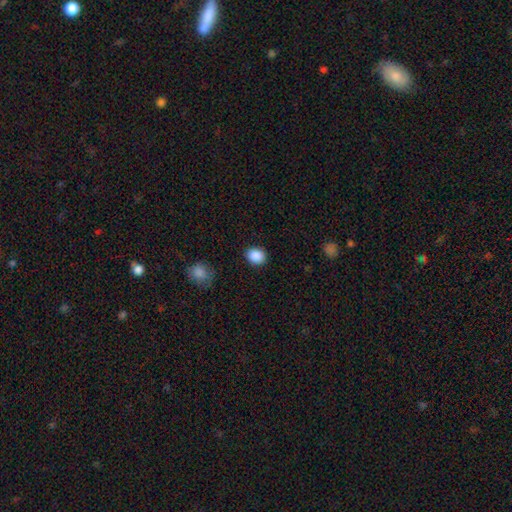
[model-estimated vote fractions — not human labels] Morphology: type=smooth (89%); roundness=round (59%); merging=none (88%).